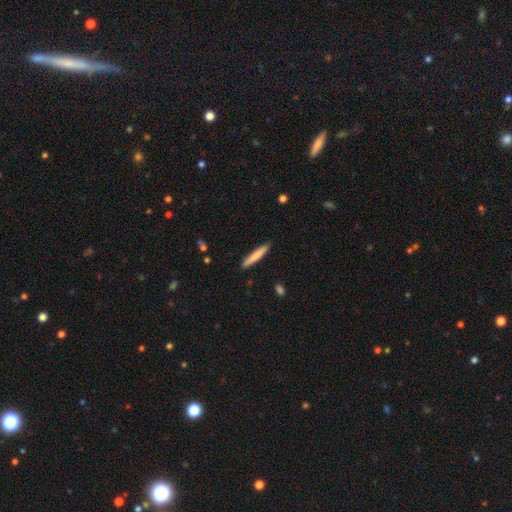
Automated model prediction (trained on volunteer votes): Q: Smooth or featured?
A: smooth (76%); runner-up: featured or disk (18%)
Q: How rounded?
A: cigar-shaped (94%); runner-up: in between (4%)
Q: Merging?
A: none (90%); runner-up: minor disturbance (7%)